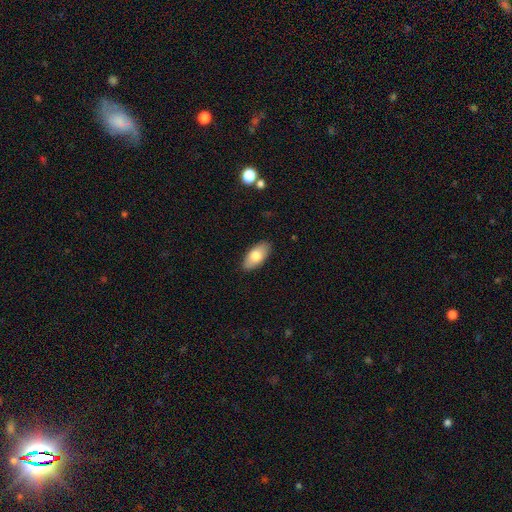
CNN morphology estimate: This is likely a smooth galaxy (78%). How rounded: clearly in between (92%). Merging: clearly none (88%).